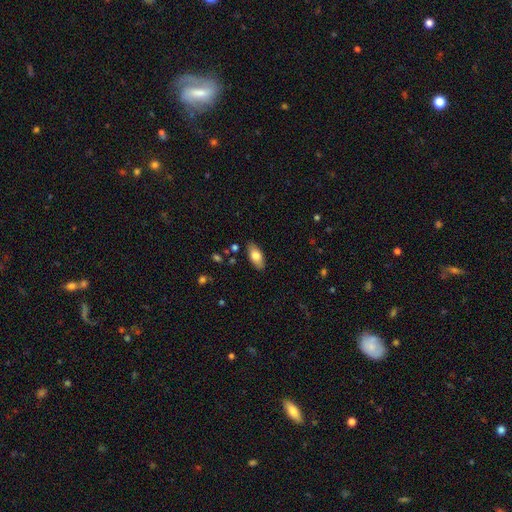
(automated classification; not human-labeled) Smooth or featured: smooth — 75% (featured or disk — 19%)
How rounded: in between — 86% (cigar-shaped — 11%)
Merging: none — 86% (minor disturbance — 10%)